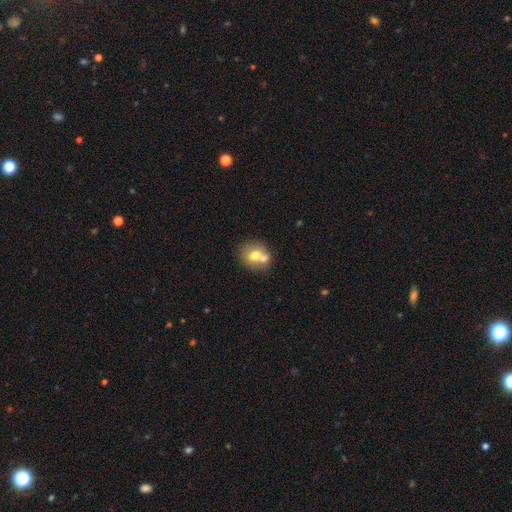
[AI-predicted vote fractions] Smooth or featured? smooth (67%)
How rounded? round (73%)
Merging? none (45%)